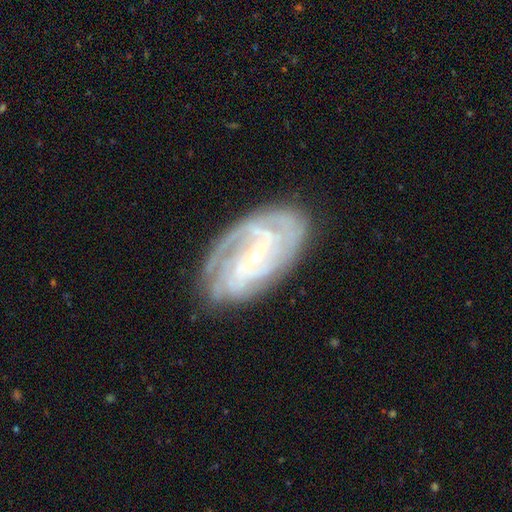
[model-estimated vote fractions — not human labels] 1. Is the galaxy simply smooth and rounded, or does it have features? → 87% featured or disk, 7% smooth, 6% star or artifact.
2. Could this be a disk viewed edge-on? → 96% no, 4% yes.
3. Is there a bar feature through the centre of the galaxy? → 43% weak, 29% strong, 28% no.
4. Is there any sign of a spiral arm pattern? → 96% yes, 4% no.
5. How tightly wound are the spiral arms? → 63% tight, 30% medium, 7% loose.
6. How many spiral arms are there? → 28% can't tell, 23% 2, 21% 3, 16% 4, 7% more than 4, 6% 1.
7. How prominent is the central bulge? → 79% small, 17% moderate, 2% none, 1% large, 1% dominant.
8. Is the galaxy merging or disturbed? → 77% none, 17% minor disturbance, 5% major disturbance, 1% merger.